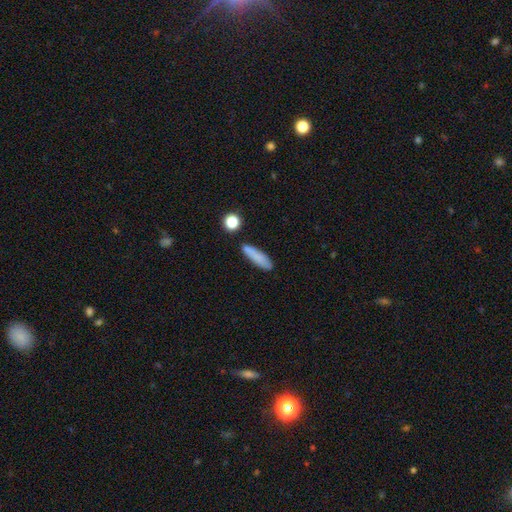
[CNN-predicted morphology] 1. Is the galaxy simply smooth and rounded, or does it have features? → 81% smooth, 11% featured or disk, 9% star or artifact.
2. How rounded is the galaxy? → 69% cigar-shaped, 28% in between, 3% round.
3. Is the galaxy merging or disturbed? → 76% none, 15% minor disturbance, 6% merger, 4% major disturbance.